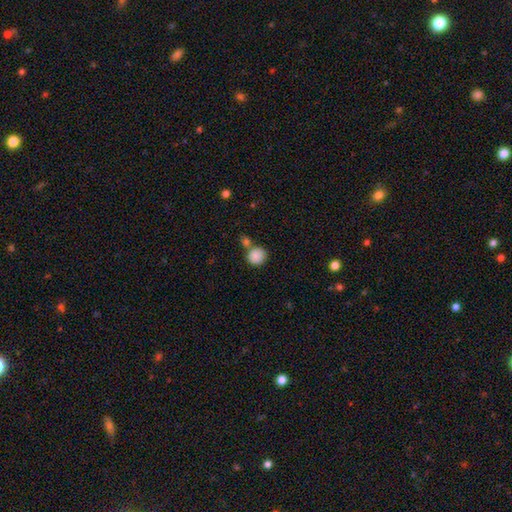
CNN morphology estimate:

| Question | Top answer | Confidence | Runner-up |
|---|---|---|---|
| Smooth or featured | smooth | 87% | star or artifact (9%) |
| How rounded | round | 89% | in between (10%) |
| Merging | none | 64% | merger (22%) |